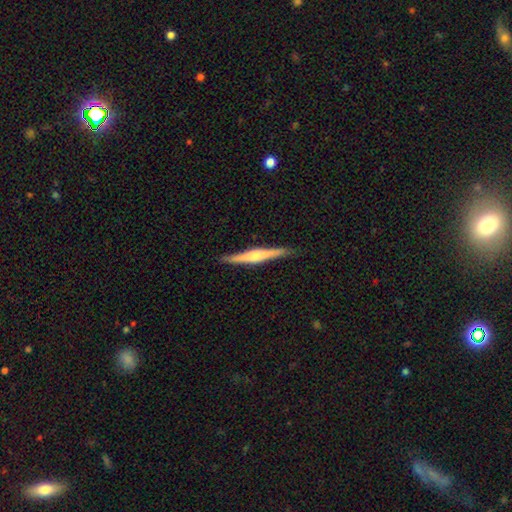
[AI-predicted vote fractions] This is likely a featured or disk galaxy (67%). It is clearly viewed edge-on (98%). Edge-on bulge: likely rounded (78%). Merging: clearly none (89%).